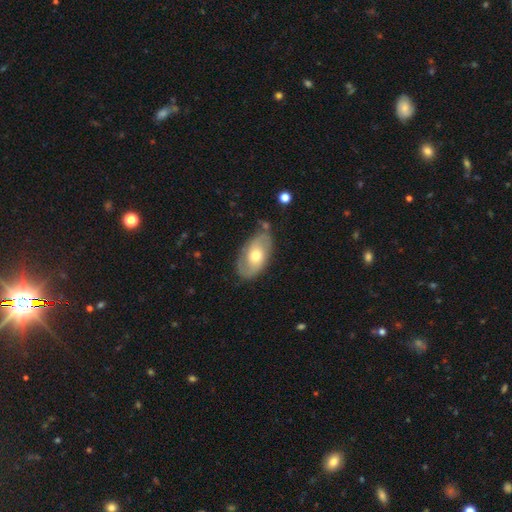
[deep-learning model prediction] smooth-or-featured: smooth: 47% (tied) | featured or disk: 47% (tied) | star or artifact: 6%
  merging: none: 66% | minor disturbance: 23% | major disturbance: 6% | merger: 5%